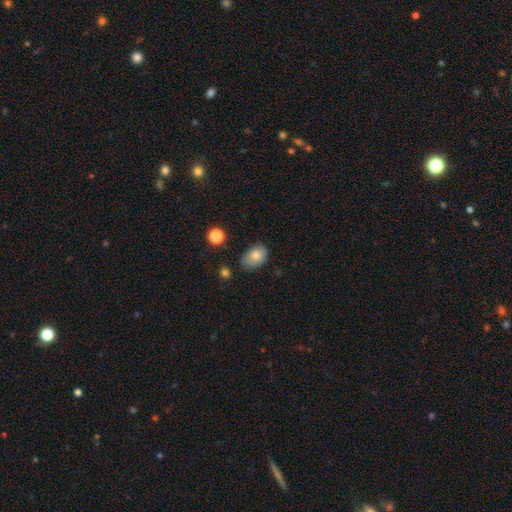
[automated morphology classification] smooth 79%, featured or disk 12%, star or artifact 9%. Down the decision tree: how rounded — in between (82%); merging — none (66%).